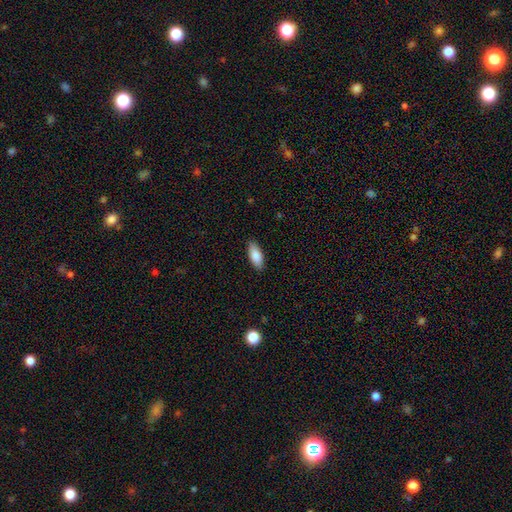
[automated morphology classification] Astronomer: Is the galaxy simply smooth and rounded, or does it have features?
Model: smooth — 86%.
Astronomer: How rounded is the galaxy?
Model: in between — 83%.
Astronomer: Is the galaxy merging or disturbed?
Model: none — 88%.